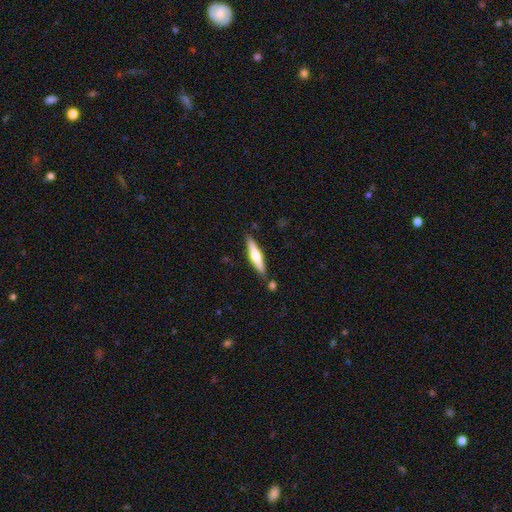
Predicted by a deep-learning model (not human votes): This is possibly a featured or disk galaxy (57%). It is clearly viewed edge-on (97%). Edge-on bulge: clearly rounded (88%). Merging: clearly none (85%).